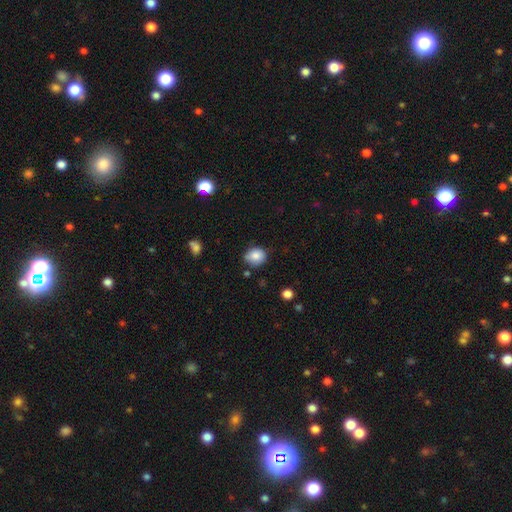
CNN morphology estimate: smooth 84%, star or artifact 9%, featured or disk 7%. Down the decision tree: how rounded — round (72%); merging — none (73%).